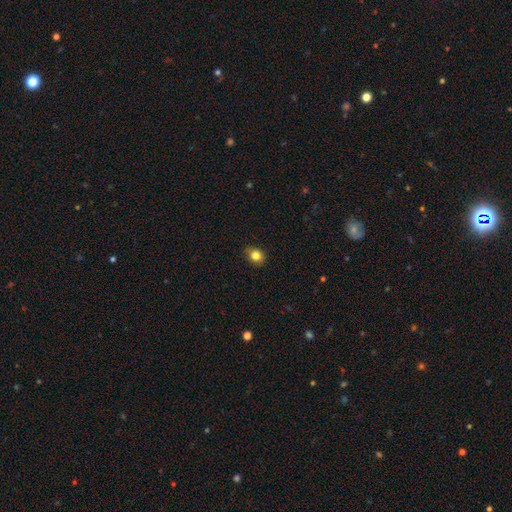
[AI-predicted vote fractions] Smooth or featured? Predicted: smooth (p=0.83). How rounded? Predicted: round (p=0.63). Merging? Predicted: none (p=0.88).